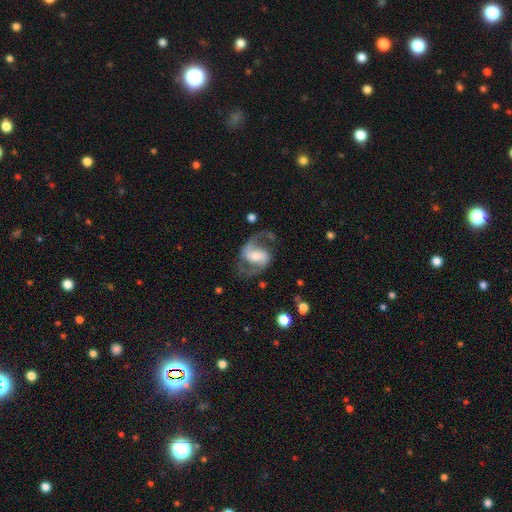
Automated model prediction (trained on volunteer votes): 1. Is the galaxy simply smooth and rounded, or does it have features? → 88% featured or disk, 7% smooth, 5% star or artifact.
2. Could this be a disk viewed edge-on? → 98% no, 2% yes.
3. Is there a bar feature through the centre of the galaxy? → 43% weak, 30% strong, 27% no.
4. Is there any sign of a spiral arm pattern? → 96% yes, 4% no.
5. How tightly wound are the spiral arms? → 56% medium, 32% loose, 12% tight.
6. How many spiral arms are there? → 92% 2, 2% 1, 2% can't tell, 1% 3, 1% 4, 1% more than 4.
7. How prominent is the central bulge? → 60% moderate, 30% small, 7% large, 2% none, 1% dominant.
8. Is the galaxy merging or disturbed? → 73% none, 15% minor disturbance, 11% major disturbance, 2% merger.